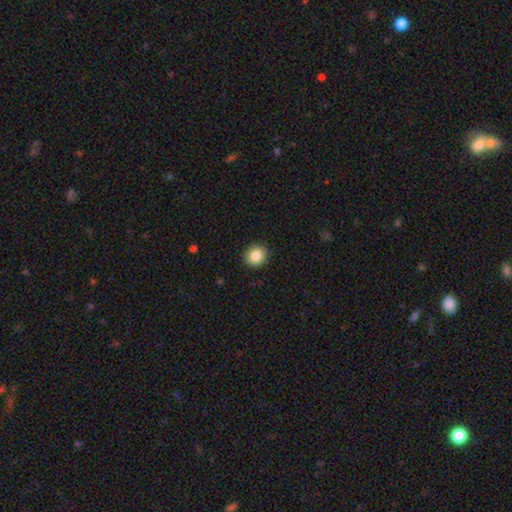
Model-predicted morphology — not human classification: Smooth or featured? Predicted: smooth (p=0.86). How rounded? Predicted: round (p=0.80). Merging? Predicted: none (p=0.91).